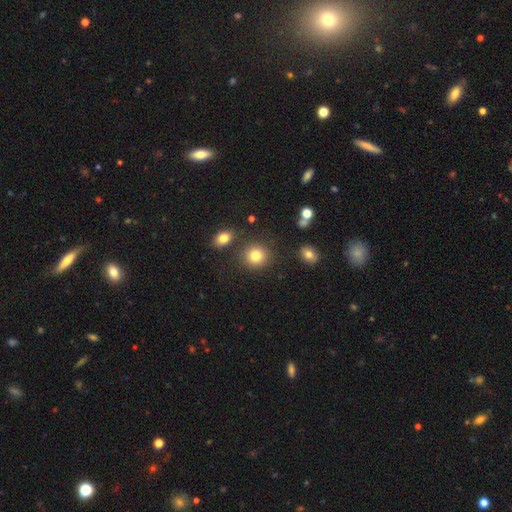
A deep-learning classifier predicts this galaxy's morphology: This is clearly a smooth galaxy (81%). How rounded: clearly round (86%). Merging: clearly none (83%).